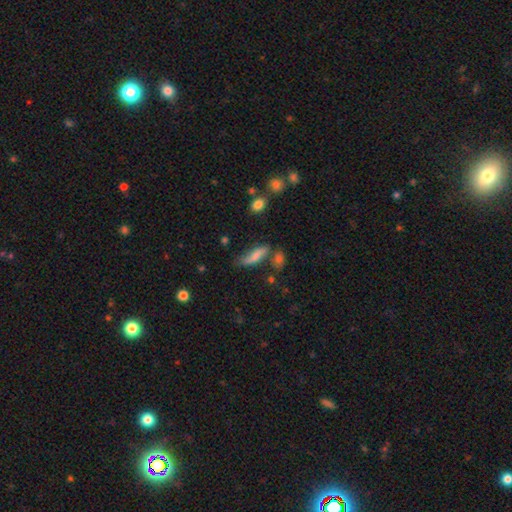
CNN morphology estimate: smooth_or_featured: smooth (p=0.67) [alt: featured or disk p=0.24]
how_rounded: cigar-shaped (p=0.52) [alt: in between p=0.45]
merging: none (p=0.52) [alt: minor disturbance p=0.27]